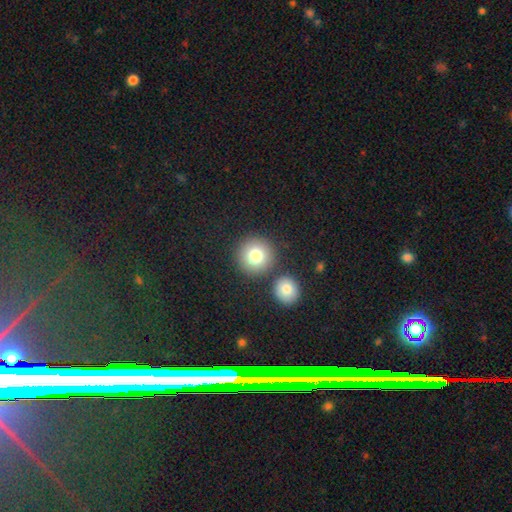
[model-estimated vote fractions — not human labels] Smooth or featured? smooth (80%)
How rounded? round (94%)
Merging? none (79%)